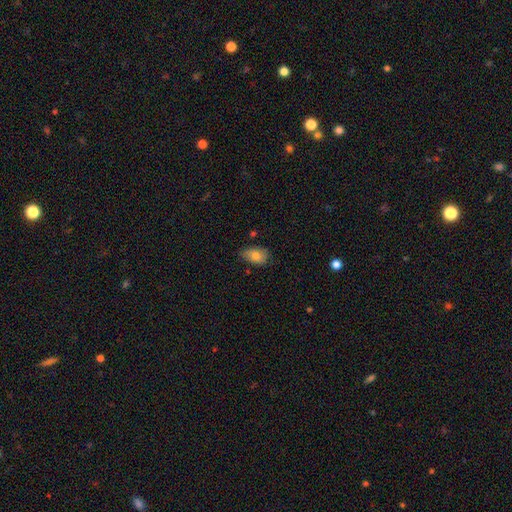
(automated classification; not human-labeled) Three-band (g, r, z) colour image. It shows a smooth galaxy with no disk features (80%) that is in between round and cigar-shaped (87%). Merging: none (64%).